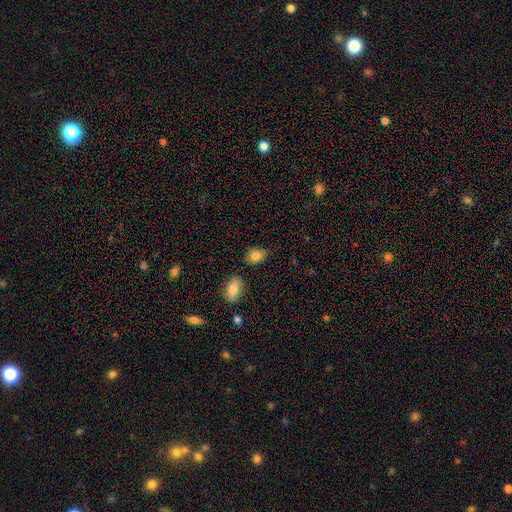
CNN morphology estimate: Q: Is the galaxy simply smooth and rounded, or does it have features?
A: smooth — 82%.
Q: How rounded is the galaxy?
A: in between — 70%.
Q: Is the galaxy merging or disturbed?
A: none — 75%.